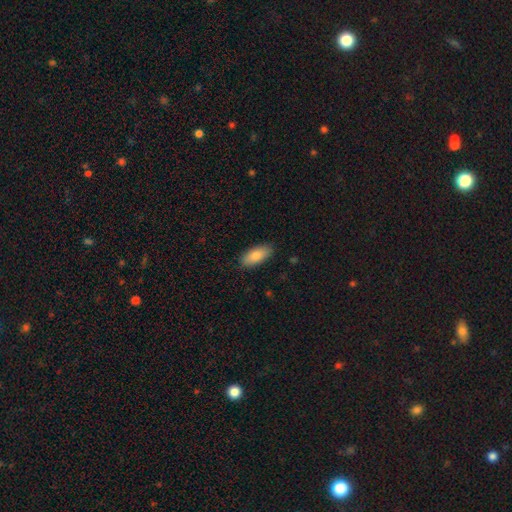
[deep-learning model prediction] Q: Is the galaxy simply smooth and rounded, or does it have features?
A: smooth — 86%.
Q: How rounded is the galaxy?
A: in between — 87%.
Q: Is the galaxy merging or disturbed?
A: none — 87%.